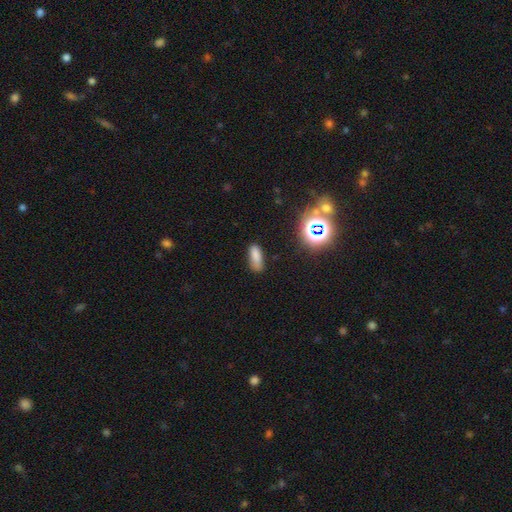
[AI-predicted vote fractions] Smooth or featured: smooth — 78% (star or artifact — 15%)
How rounded: in between — 69% (cigar-shaped — 28%)
Merging: none — 72% (minor disturbance — 20%)